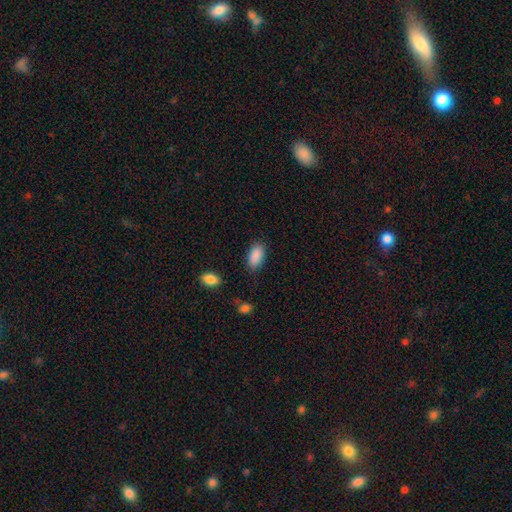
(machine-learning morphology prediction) A smooth galaxy with no disk features (89%) that is in between round and cigar-shaped (93%). Merging: none (80%).